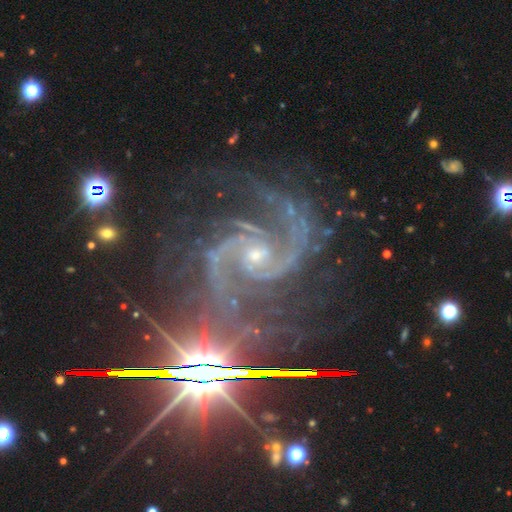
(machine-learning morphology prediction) A featured or disk galaxy (87%) with no bar (58%), 2 (68%) medium (61%) spiral arms (99%) and a small central bulge (62%). Merging: none (60%).